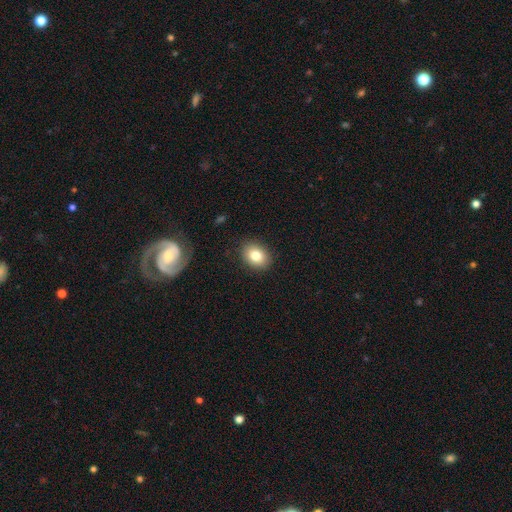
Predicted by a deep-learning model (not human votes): The model was most divided on "how rounded": in between: 61%, round: 38%, cigar-shaped: 1%. More confident: merging — none (88%); smooth or featured — smooth (81%).